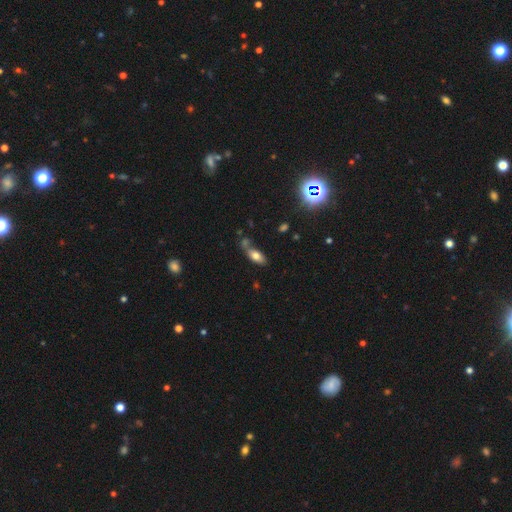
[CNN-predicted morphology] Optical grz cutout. It shows a smooth galaxy with no disk features (72%) that is in between round and cigar-shaped (83%). Merging: none (51%).